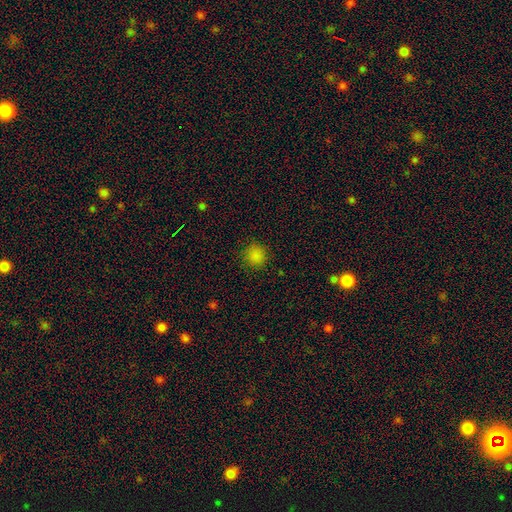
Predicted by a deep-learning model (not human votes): Q: Smooth or featured?
A: smooth (84%); runner-up: star or artifact (13%)
Q: How rounded?
A: round (92%); runner-up: in between (7%)
Q: Merging?
A: none (89%); runner-up: minor disturbance (7%)